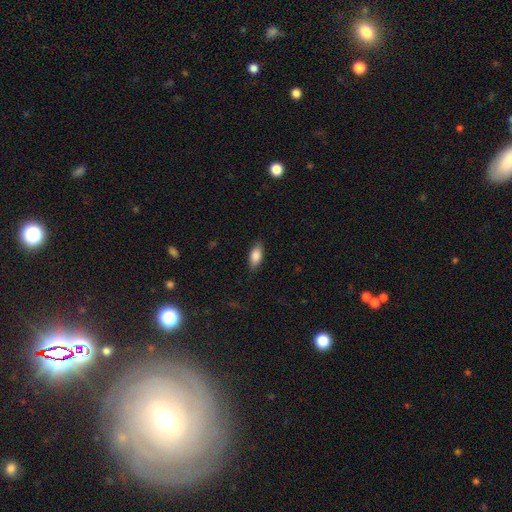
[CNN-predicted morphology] Smooth or featured? Predicted: smooth (p=0.81). How rounded? Predicted: in between (p=0.85). Merging? Predicted: none (p=0.86).